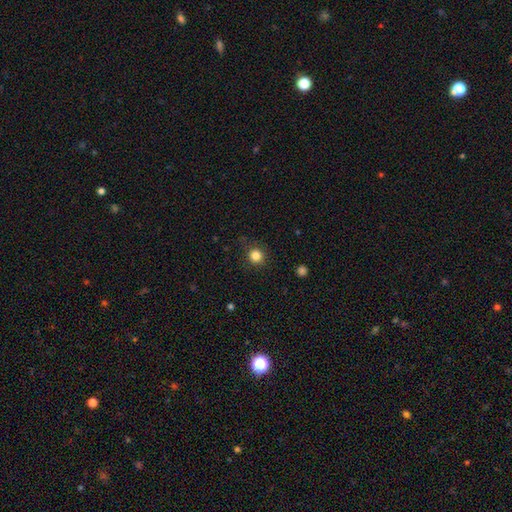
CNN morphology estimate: This appears to be a smooth galaxy with no disk features (84%) that is round (93%). Merging: none (86%).